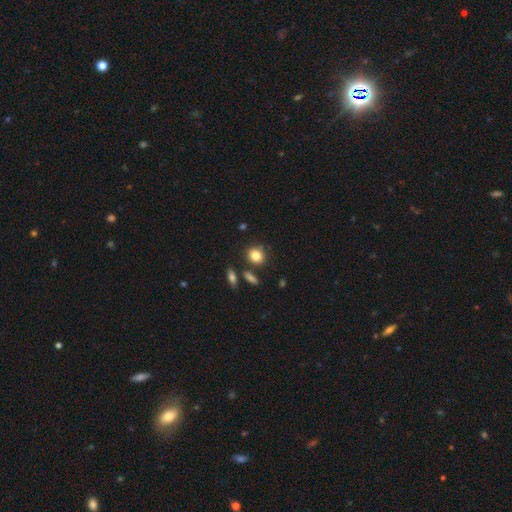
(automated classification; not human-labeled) smooth-or-featured: smooth: 83% | star or artifact: 10% | featured or disk: 7%
  how-rounded: round: 66% | in between: 32% | cigar-shaped: 2%
  merging: none: 79% | minor disturbance: 10% | merger: 8% | major disturbance: 3%